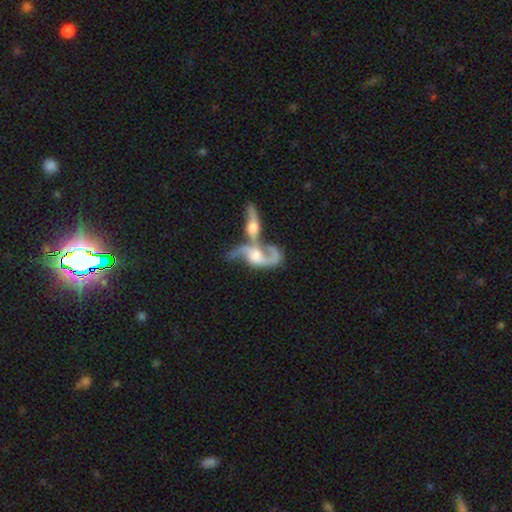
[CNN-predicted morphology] The model was most divided on "bar": no: 60%, weak: 32%, strong: 8%. More confident: spiral arms — yes (90%); edge-on disk — no (90%); spiral arm count — 2 (83%); smooth or featured — featured or disk (82%); merging — merger (70%); spiral winding — loose (65%); bulge size — moderate (56%).